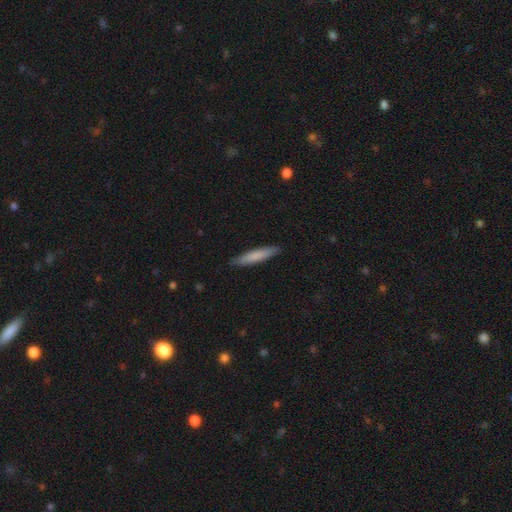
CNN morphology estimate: Smooth or featured?
  - smooth: 75% *
  - featured or disk: 20%
  - star or artifact: 5%
How rounded?
  - cigar-shaped: 92% *
  - in between: 7%
  - round: 1%
Merging?
  - none: 89% *
  - minor disturbance: 8%
  - major disturbance: 1%
  - merger: 1%